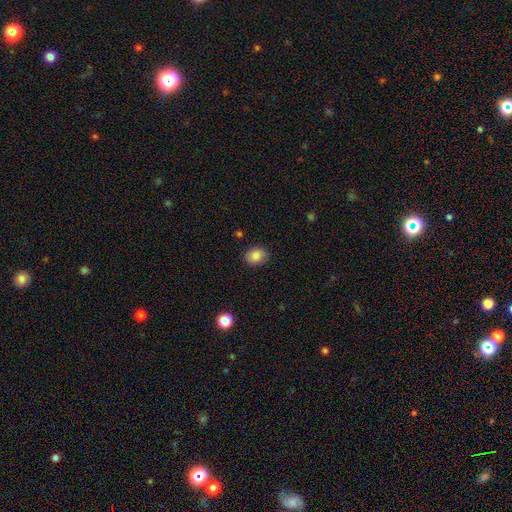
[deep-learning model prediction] This is clearly a smooth galaxy (85%). How rounded: possibly in between (51%). Merging: clearly none (86%).